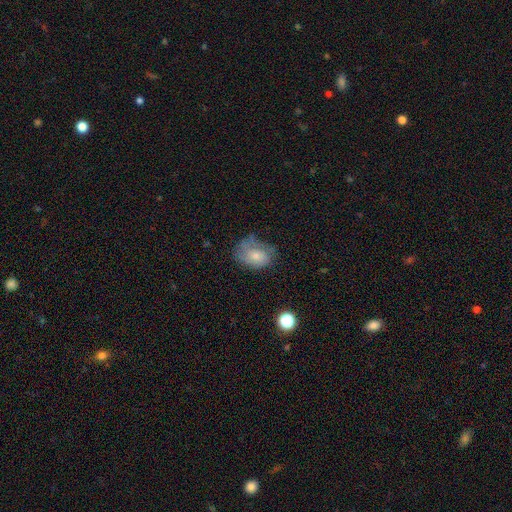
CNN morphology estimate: smooth 60%, featured or disk 31%, star or artifact 9%. Down the decision tree: how rounded — in between (71%); merging — none (44%).